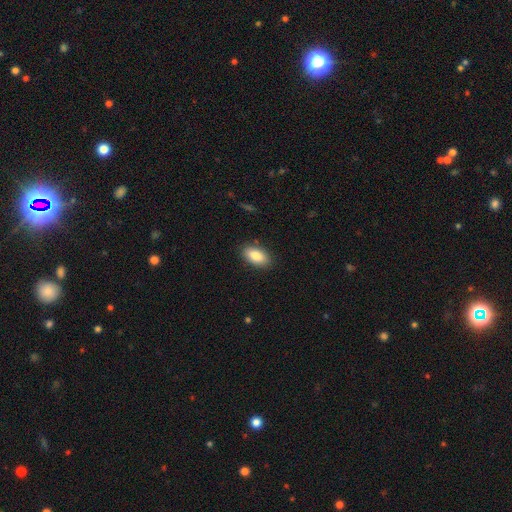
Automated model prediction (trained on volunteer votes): Smooth or featured? Predicted: smooth (p=0.87). How rounded? Predicted: in between (p=0.93). Merging? Predicted: none (p=0.87).